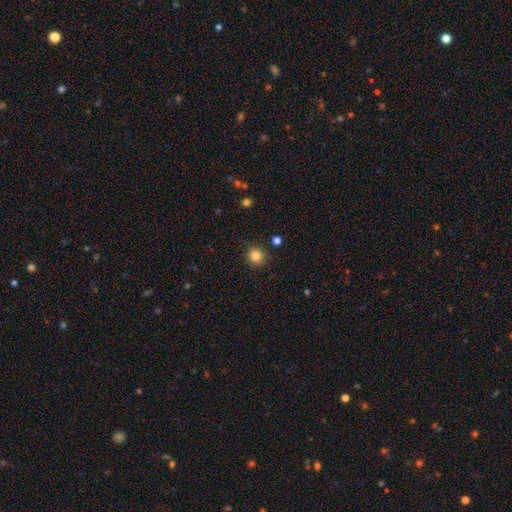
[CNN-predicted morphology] smooth-or-featured: smooth: 84% | star or artifact: 11% | featured or disk: 5%
  how-rounded: round: 91% | in between: 8% | cigar-shaped: 1%
  merging: none: 88% | minor disturbance: 8% | major disturbance: 2% | merger: 2%